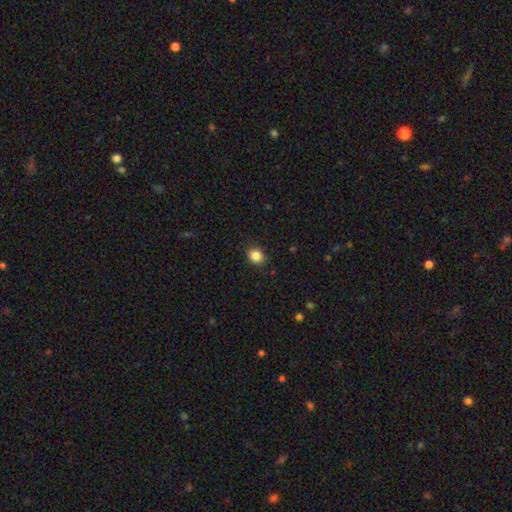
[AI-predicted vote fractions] smooth-or-featured: smooth: 85% | star or artifact: 10% | featured or disk: 4%
  how-rounded: round: 67% | in between: 32% | cigar-shaped: 1%
  merging: none: 88% | minor disturbance: 8% | major disturbance: 2% | merger: 1%